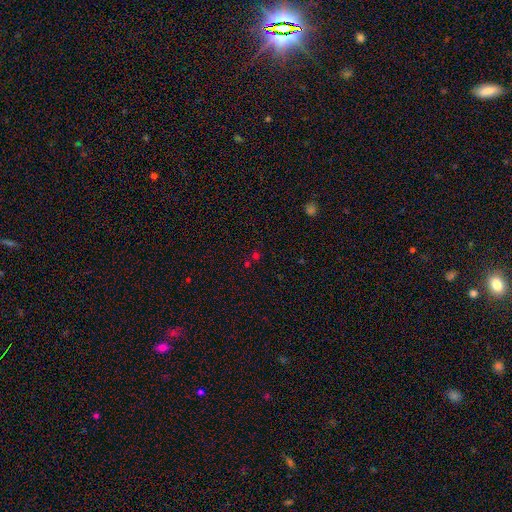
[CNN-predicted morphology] smooth_or_featured: star or artifact (p=0.48) [alt: smooth p=0.44]